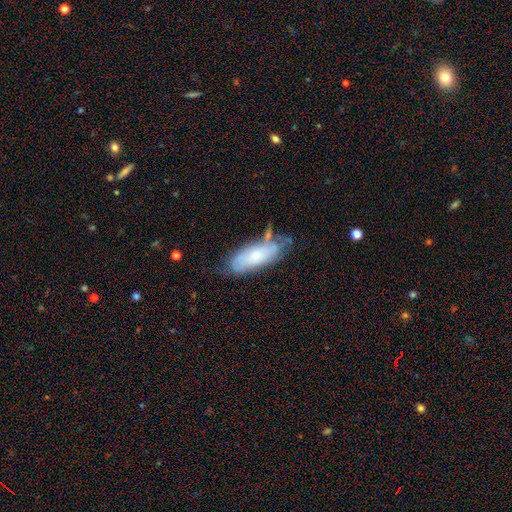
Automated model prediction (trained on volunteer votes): Smooth or featured? Predicted: smooth (p=0.61). How rounded? Predicted: in between (p=0.75). Merging? Predicted: none (p=0.52).